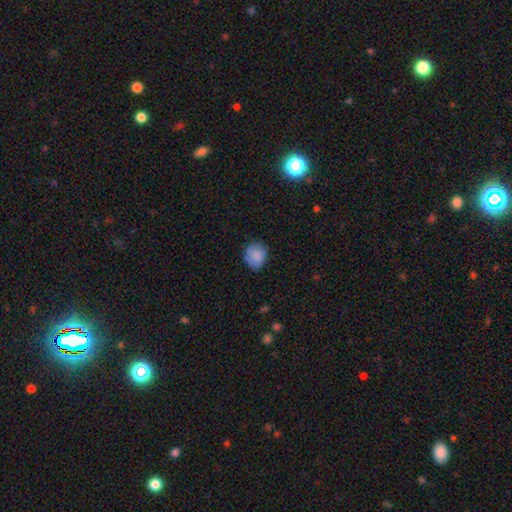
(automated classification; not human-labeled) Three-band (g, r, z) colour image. It shows a smooth galaxy with no disk features (84%) that is round (74%). Merging: none (77%).